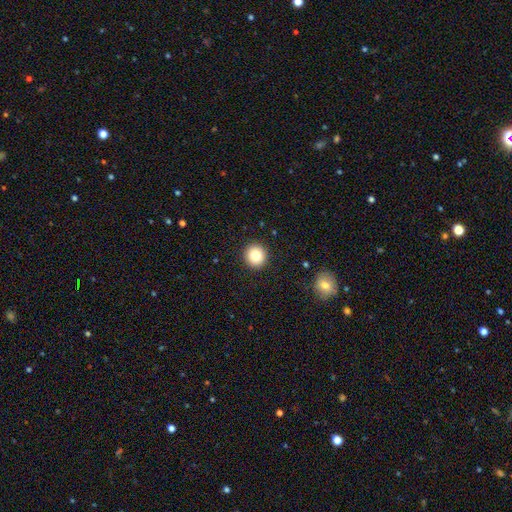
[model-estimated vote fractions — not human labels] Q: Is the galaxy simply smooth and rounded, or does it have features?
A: smooth — 85%.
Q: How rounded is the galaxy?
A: round — 93%.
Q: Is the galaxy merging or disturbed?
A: none — 92%.